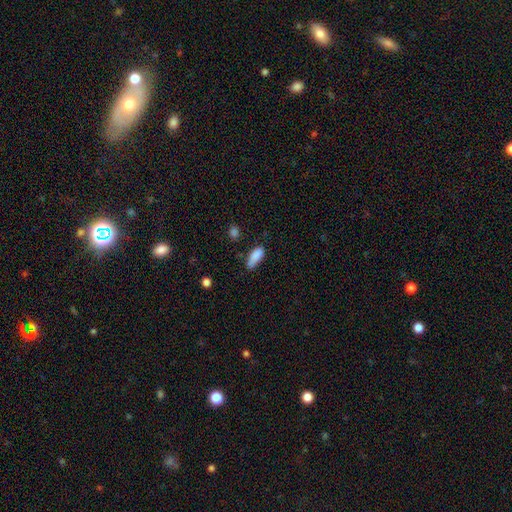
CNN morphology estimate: This is clearly a smooth galaxy (86%). How rounded: likely in between (75%). Merging: possibly none (57%).